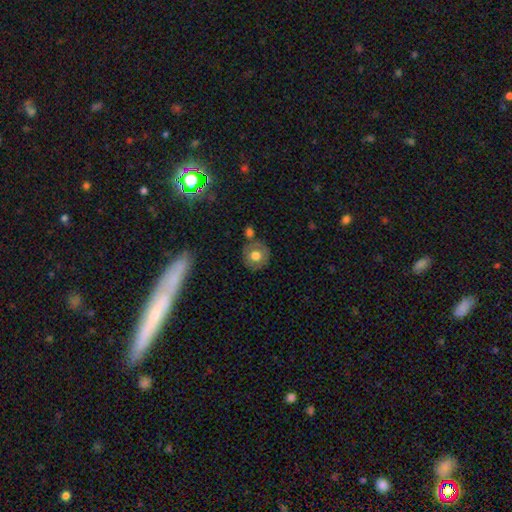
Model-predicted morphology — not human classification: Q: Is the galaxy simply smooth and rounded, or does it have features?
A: smooth — 63%.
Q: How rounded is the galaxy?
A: round — 87%.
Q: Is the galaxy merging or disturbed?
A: none — 74%.